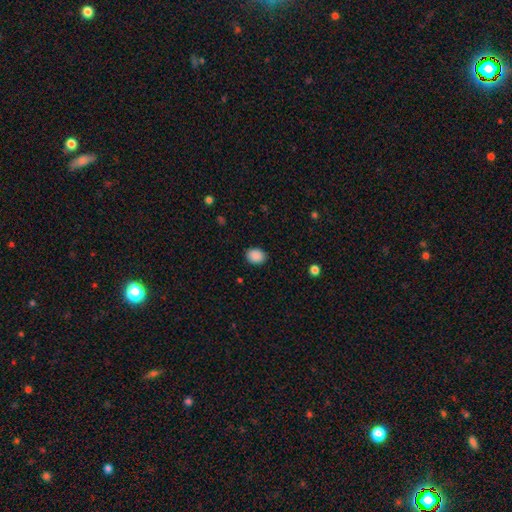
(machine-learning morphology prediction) Smooth or featured: smooth — 89% (star or artifact — 8%)
How rounded: in between — 59% (round — 41%)
Merging: none — 89% (minor disturbance — 8%)